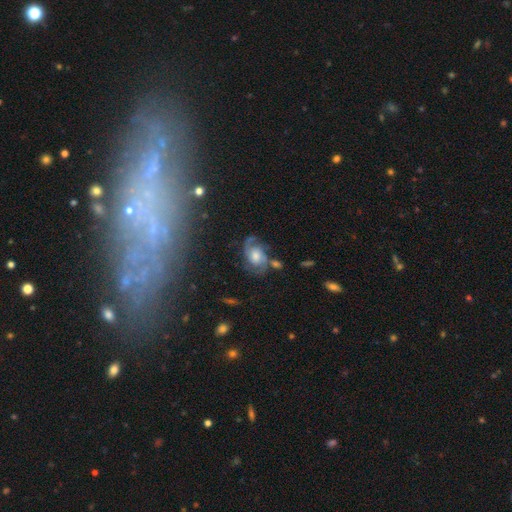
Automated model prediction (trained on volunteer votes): The model was most divided on "spiral winding": medium: 47%, tight: 36%, loose: 18%. More confident: edge-on disk — no (97%); spiral arms — yes (93%); smooth or featured — featured or disk (75%); bar — no (68%); spiral arm count — 2 (62%); merging — none (59%); bulge size — moderate (50%).